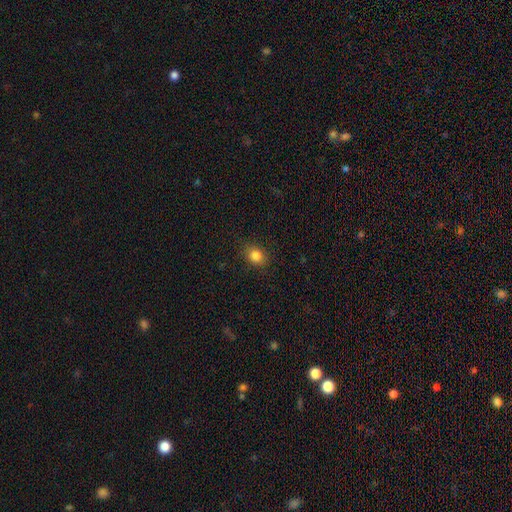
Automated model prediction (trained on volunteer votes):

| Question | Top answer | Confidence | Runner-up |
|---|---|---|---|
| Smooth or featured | smooth | 84% | star or artifact (11%) |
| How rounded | round | 60% | in between (39%) |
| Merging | none | 87% | minor disturbance (9%) |